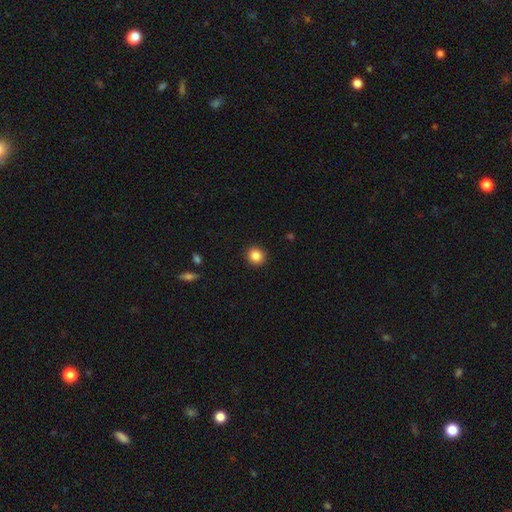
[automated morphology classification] This appears to be a smooth galaxy with no disk features (86%) that is round (88%). Merging: none (92%).